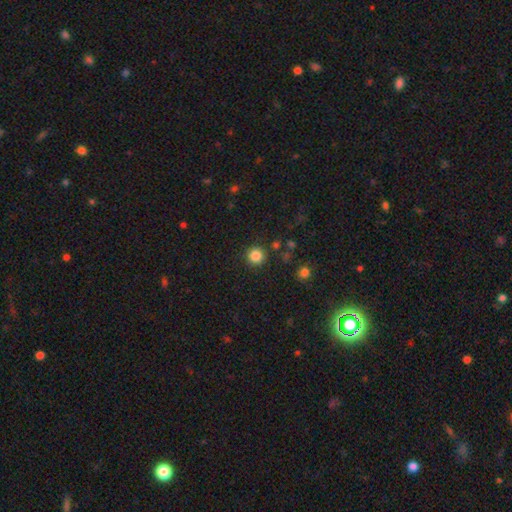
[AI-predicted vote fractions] smooth_or_featured: smooth (p=0.84) [alt: star or artifact p=0.12]
how_rounded: round (p=0.95) [alt: in between p=0.04]
merging: none (p=0.90) [alt: minor disturbance p=0.06]